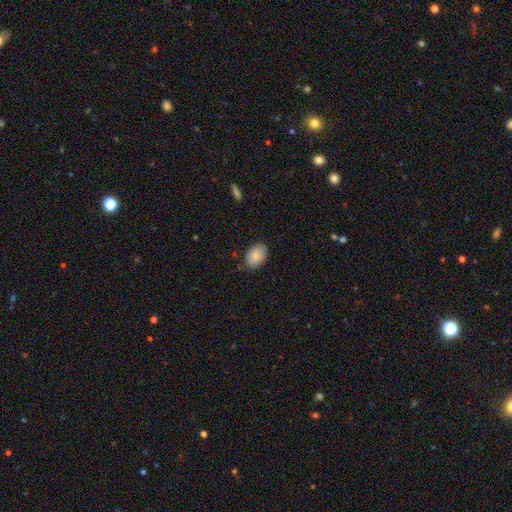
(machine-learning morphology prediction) Smooth or featured?
  - smooth: 87% *
  - featured or disk: 7%
  - star or artifact: 7%
How rounded?
  - in between: 88% *
  - round: 11%
  - cigar-shaped: 1%
Merging?
  - none: 82% *
  - minor disturbance: 14%
  - major disturbance: 3%
  - merger: 1%